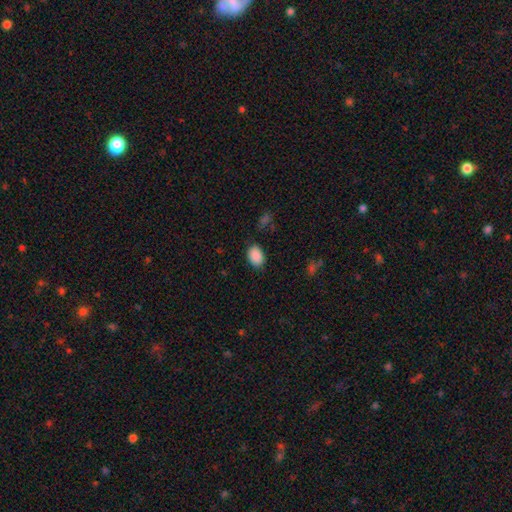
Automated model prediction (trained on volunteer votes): smooth-or-featured: smooth: 89% | star or artifact: 8% | featured or disk: 3%
  how-rounded: in between: 79% | round: 20% | cigar-shaped: 1%
  merging: none: 82% | minor disturbance: 13% | major disturbance: 3% | merger: 2%